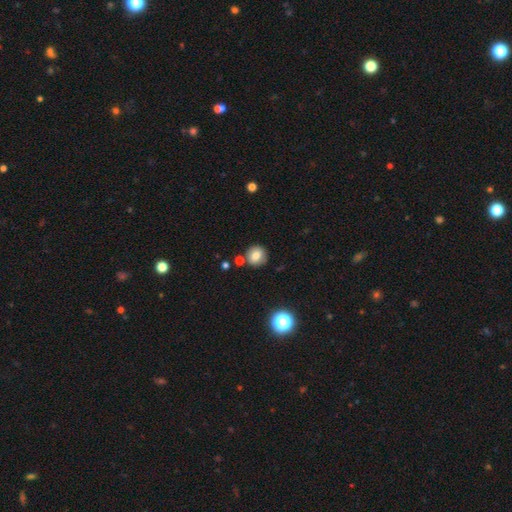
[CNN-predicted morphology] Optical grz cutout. It shows a smooth galaxy with no disk features (79%) that is round (86%). Merging: none (81%).